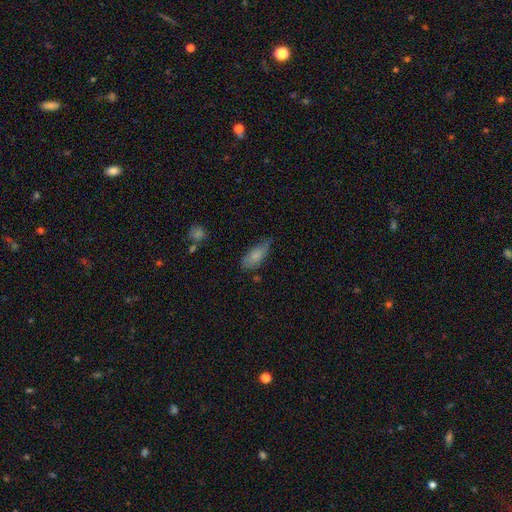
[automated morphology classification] This appears to be a smooth galaxy with no disk features (78%) that is in between round and cigar-shaped (84%). Merging: none (55%).